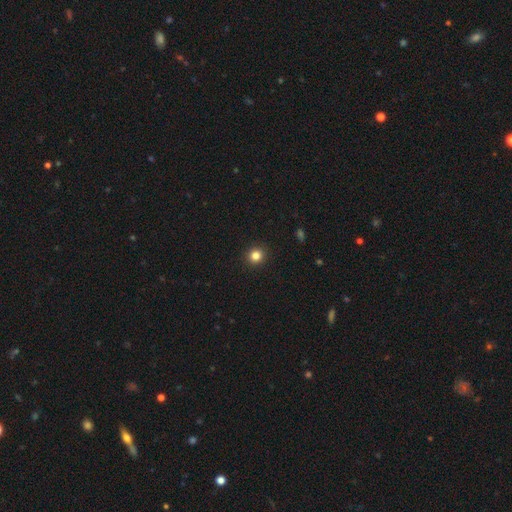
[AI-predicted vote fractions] A smooth galaxy with no disk features (83%) that is round (91%).

Vote fractions:
- Smooth or featured? smooth: 83% / star or artifact: 12% / featured or disk: 5%
- How rounded? round: 91% / in between: 8% / cigar-shaped: 1%
- Merging? none: 93% / minor disturbance: 5% / major disturbance: 2% / merger: 1%